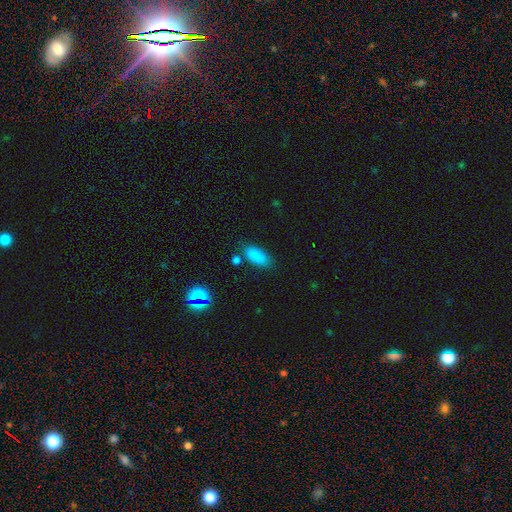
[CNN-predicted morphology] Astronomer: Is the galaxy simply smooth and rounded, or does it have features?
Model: smooth — 85%.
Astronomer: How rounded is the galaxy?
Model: in between — 82%.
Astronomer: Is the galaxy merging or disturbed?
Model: none — 74%.